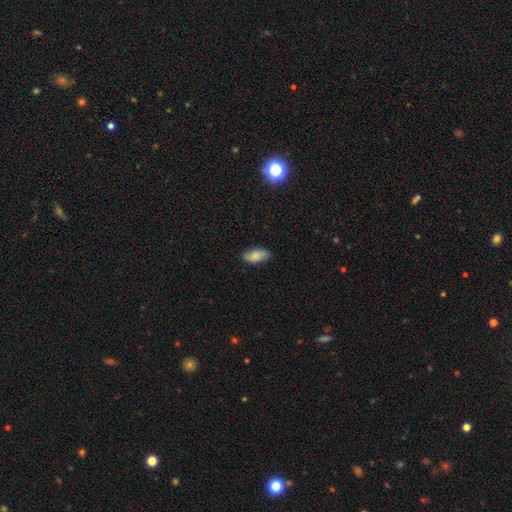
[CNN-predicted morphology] Smooth or featured: smooth — 79% (featured or disk — 13%)
How rounded: in between — 89% (cigar-shaped — 8%)
Merging: none — 81% (minor disturbance — 15%)